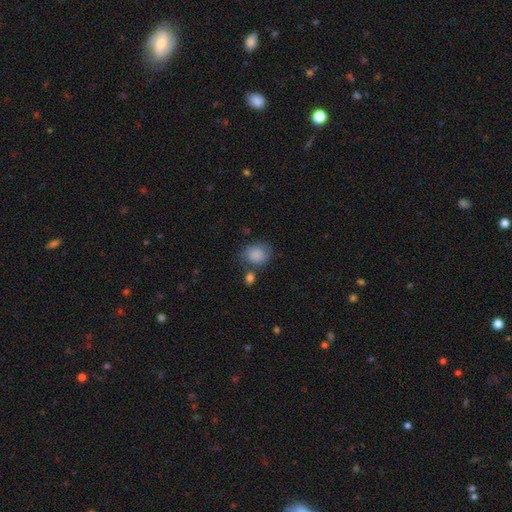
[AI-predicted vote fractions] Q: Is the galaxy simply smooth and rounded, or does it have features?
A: smooth — 85%.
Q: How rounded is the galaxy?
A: round — 61%.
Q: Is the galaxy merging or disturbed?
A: none — 57%.